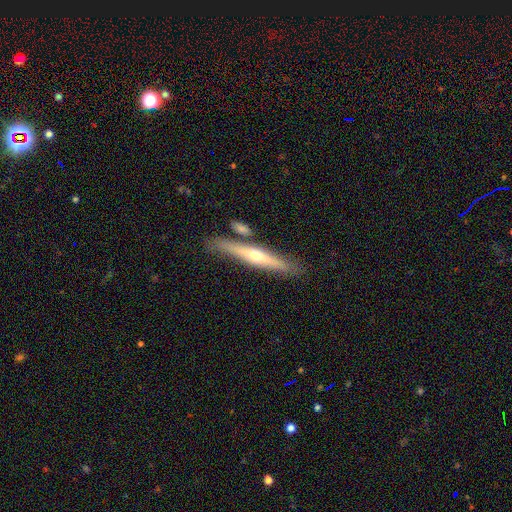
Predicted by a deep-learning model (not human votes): featured or disk 67%, smooth 27%, star or artifact 6%. Down the decision tree: edge-on disk — yes (95%); edge-on bulge — rounded (84%); merging — none (82%).